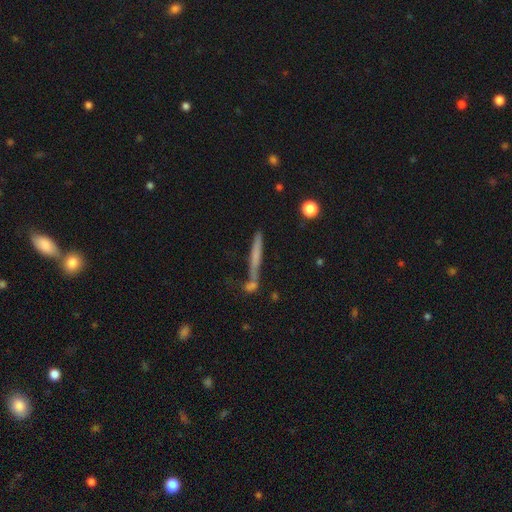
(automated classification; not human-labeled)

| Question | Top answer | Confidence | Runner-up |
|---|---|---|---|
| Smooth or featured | smooth | 48% | featured or disk (44%) |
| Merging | none | 67% | merger (16%) |